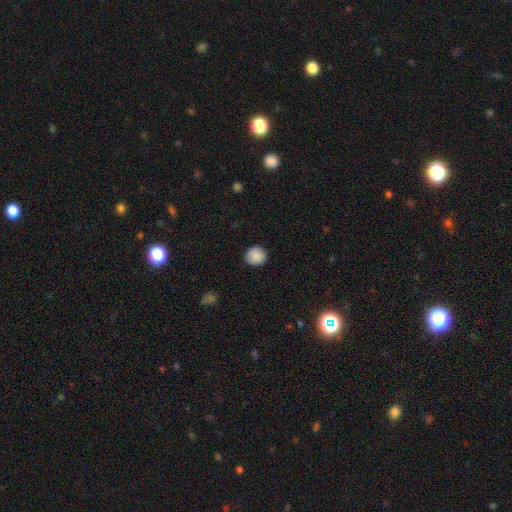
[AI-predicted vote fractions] Smooth or featured? Predicted: smooth (p=0.89). How rounded? Predicted: round (p=0.91). Merging? Predicted: none (p=0.90).